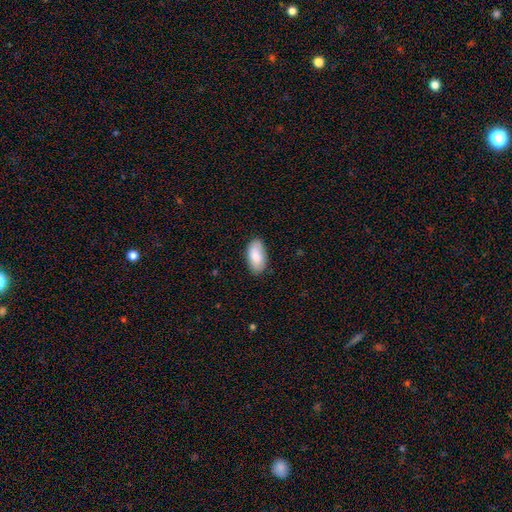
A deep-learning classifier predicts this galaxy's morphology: Overall: smooth (84%). How rounded: in between (95%). Merging: none (82%).